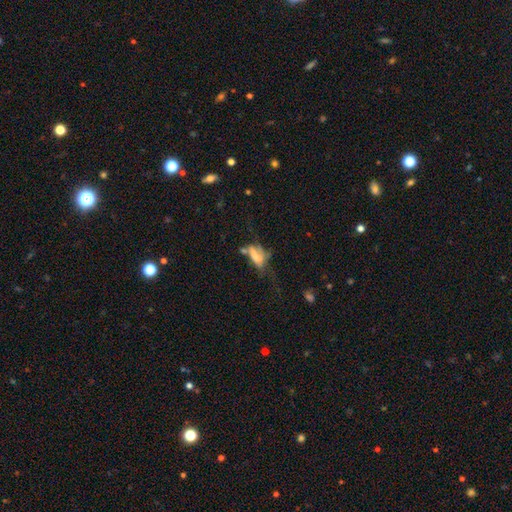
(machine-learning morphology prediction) Smooth or featured? Predicted: smooth (p=0.52). How rounded? Predicted: in between (p=0.76). Merging? Predicted: major disturbance (p=0.38).